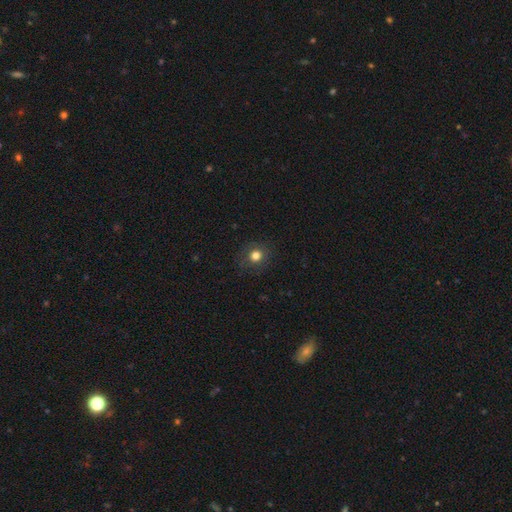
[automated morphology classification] smooth-or-featured: smooth: 80% | star or artifact: 13% | featured or disk: 8%
  how-rounded: round: 85% | in between: 14% | cigar-shaped: 1%
  merging: none: 86% | minor disturbance: 10% | major disturbance: 4% | merger: 1%